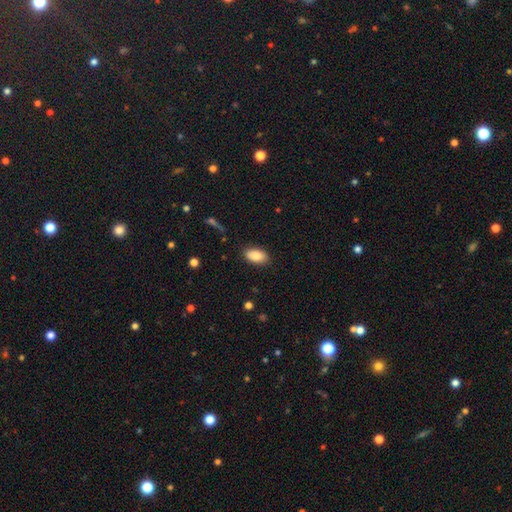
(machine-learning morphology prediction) smooth 86%, star or artifact 7%, featured or disk 7%. Down the decision tree: how rounded — in between (93%); merging — none (87%).